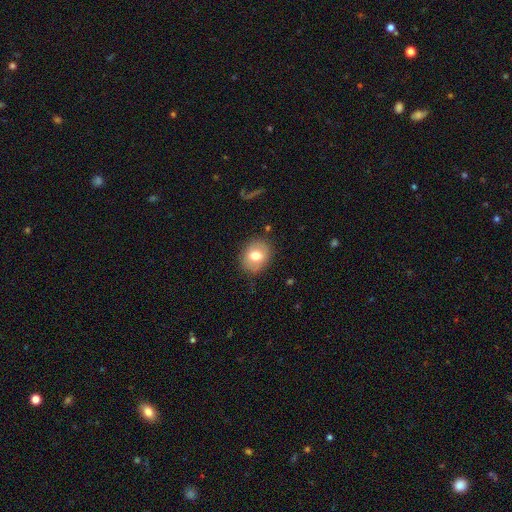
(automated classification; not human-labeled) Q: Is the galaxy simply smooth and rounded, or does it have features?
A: smooth — 72%.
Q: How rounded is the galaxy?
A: round — 57%.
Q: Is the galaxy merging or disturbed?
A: none — 83%.